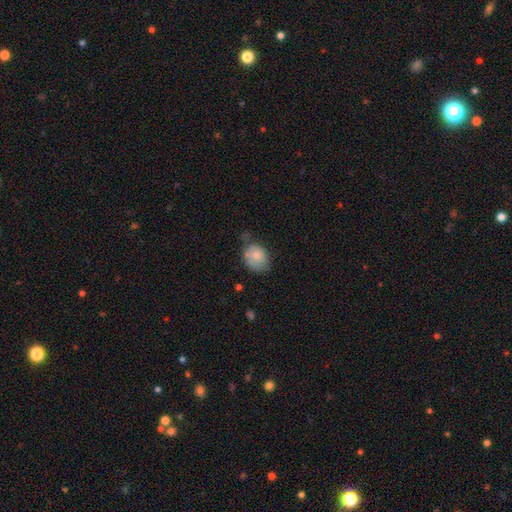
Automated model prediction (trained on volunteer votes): This appears to be a smooth galaxy with no disk features (78%) that is in between round and cigar-shaped (61%). Merging: none (47%).